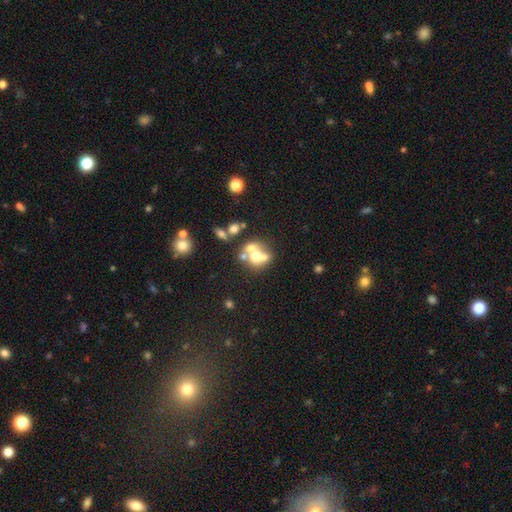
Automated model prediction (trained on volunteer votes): smooth-or-featured: smooth: 51% | featured or disk: 35% | star or artifact: 14%
  how-rounded: round: 71% | in between: 28% | cigar-shaped: 1%
  merging: merger: 53% | none: 32% | minor disturbance: 9% | major disturbance: 6%